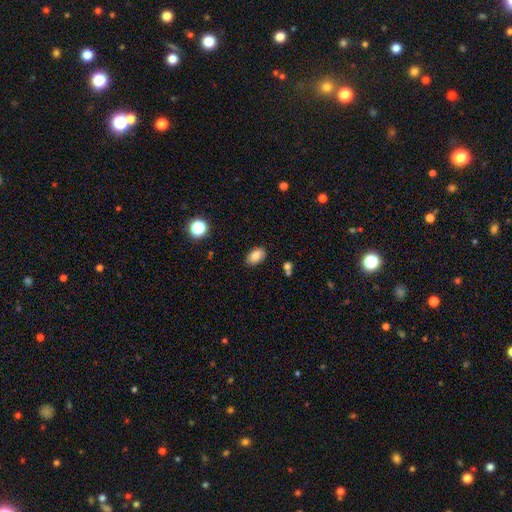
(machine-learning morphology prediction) This is clearly a smooth galaxy (84%). How rounded: clearly in between (90%). Merging: clearly none (85%).